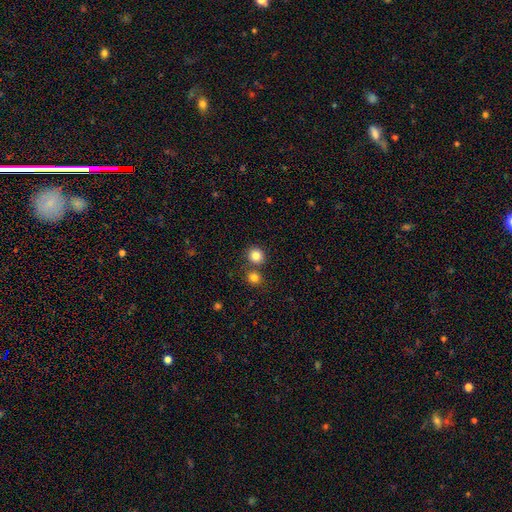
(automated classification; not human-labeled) The model was most divided on "merging": none: 75%, merger: 16%, minor disturbance: 7%, major disturbance: 2%. More confident: how rounded — round (88%); smooth or featured — smooth (84%).